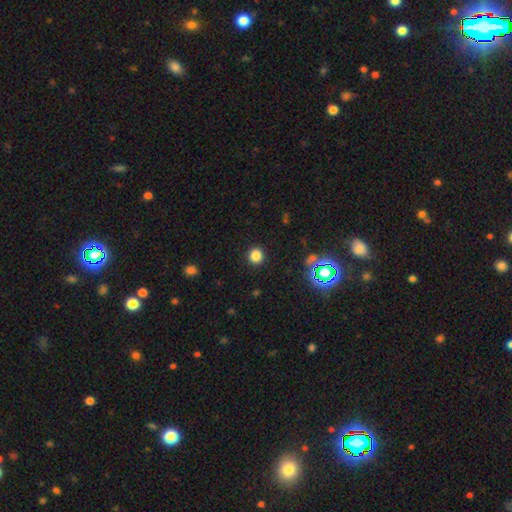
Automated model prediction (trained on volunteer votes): Smooth or featured?
  - smooth: 80% *
  - star or artifact: 16%
  - featured or disk: 4%
How rounded?
  - round: 90% *
  - in between: 9%
  - cigar-shaped: 1%
Merging?
  - none: 92% *
  - minor disturbance: 5%
  - major disturbance: 2%
  - merger: 1%